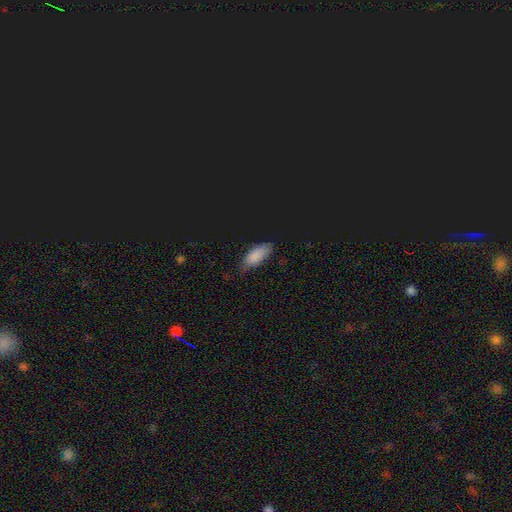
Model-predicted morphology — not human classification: Smooth or featured? smooth (80%)
How rounded? in between (83%)
Merging? none (68%)